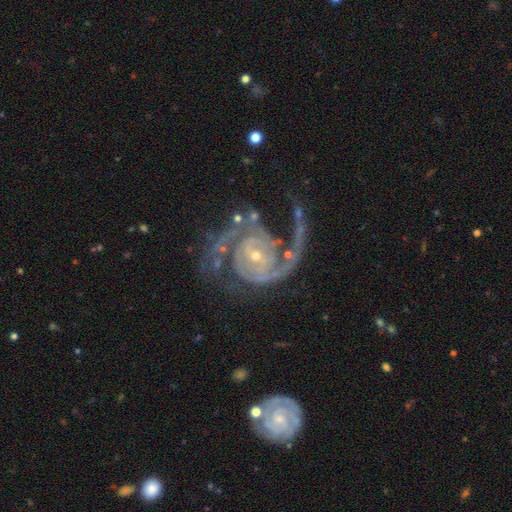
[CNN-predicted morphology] Smooth or featured: featured or disk — 92% (star or artifact — 5%)
Edge-on disk: no — 98% (yes — 2%)
Bar: no — 52% (weak — 34%)
Spiral arms: yes — 98% (no — 2%)
Spiral winding: medium — 47% (tight — 39%)
Spiral arm count: 2 — 74% (3 — 8%)
Bulge size: small — 72% (moderate — 24%)
Merging: none — 55% (major disturbance — 23%)